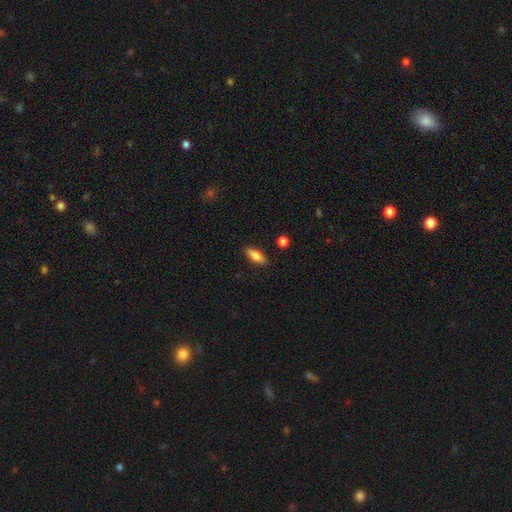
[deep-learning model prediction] A smooth galaxy with no disk features (78%) that is in between round and cigar-shaped (69%). Merging: none (87%).